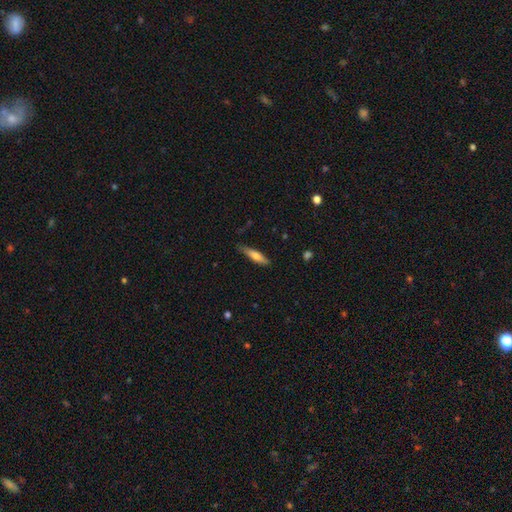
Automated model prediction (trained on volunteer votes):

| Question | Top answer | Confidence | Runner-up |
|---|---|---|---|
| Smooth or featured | smooth | 64% | featured or disk (30%) |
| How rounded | cigar-shaped | 76% | in between (22%) |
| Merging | none | 75% | minor disturbance (20%) |